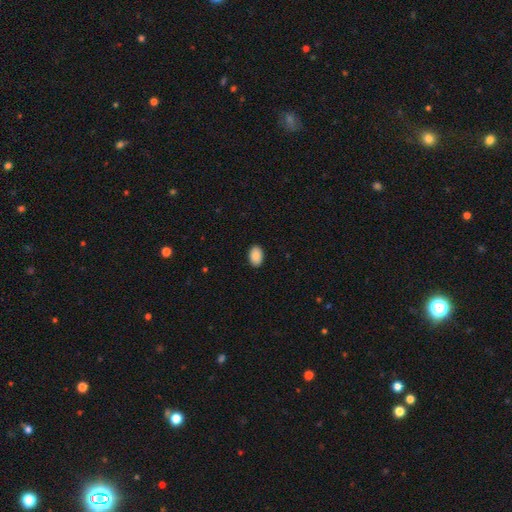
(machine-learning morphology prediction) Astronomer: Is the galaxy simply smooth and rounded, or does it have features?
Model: smooth — 90%.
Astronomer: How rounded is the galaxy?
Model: in between — 90%.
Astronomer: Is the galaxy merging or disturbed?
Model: none — 90%.